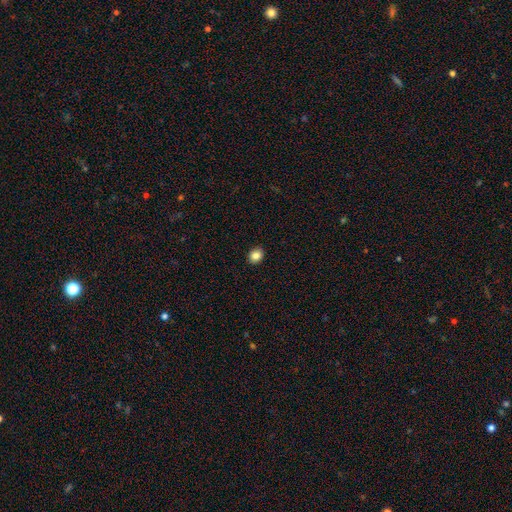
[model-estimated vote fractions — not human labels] This is clearly a smooth galaxy (86%). How rounded: likely round (65%). Merging: clearly none (92%).